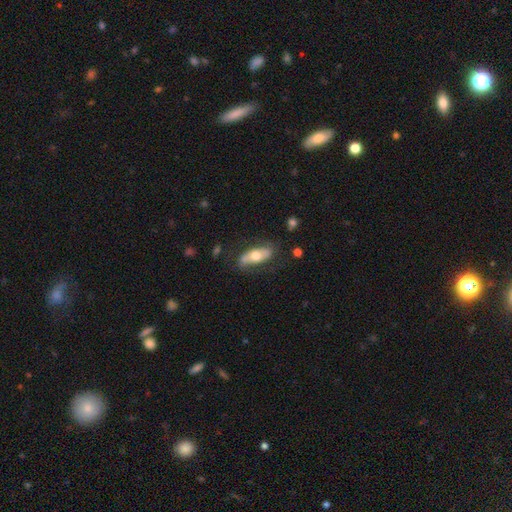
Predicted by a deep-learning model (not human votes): smooth-or-featured: smooth: 54% | featured or disk: 40% | star or artifact: 6%
  how-rounded: in between: 73% | cigar-shaped: 24% | round: 3%
  merging: none: 71% | minor disturbance: 19% | major disturbance: 7% | merger: 2%